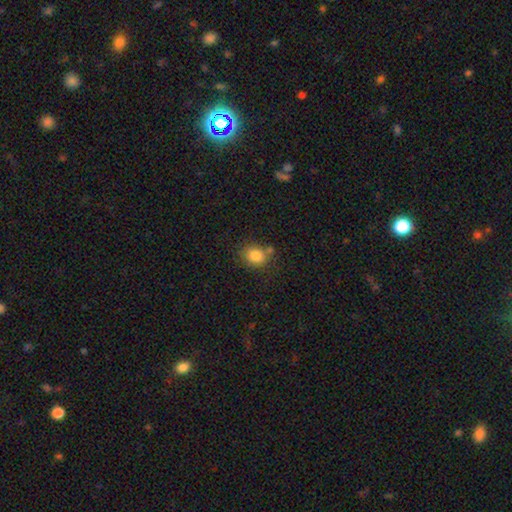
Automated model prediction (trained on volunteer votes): smooth-or-featured: smooth: 83% | star or artifact: 10% | featured or disk: 7%
  how-rounded: round: 64% | in between: 35% | cigar-shaped: 1%
  merging: none: 68% | minor disturbance: 15% | merger: 13% | major disturbance: 4%